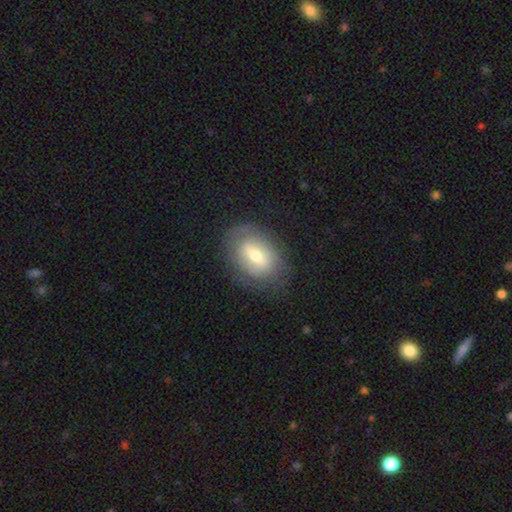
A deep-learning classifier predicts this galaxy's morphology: type=featured or disk (47%); merging=none (75%).